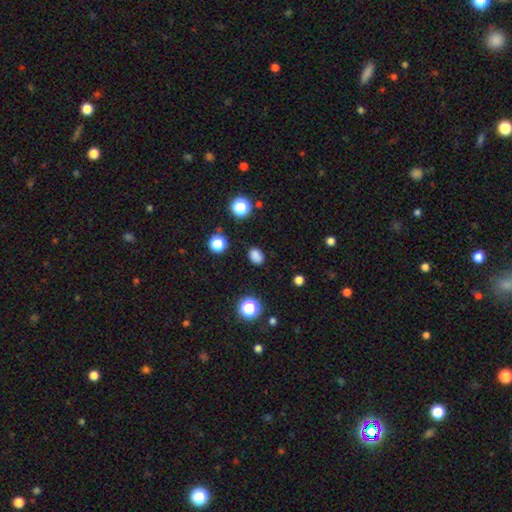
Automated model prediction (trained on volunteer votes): smooth 81%, star or artifact 15%, featured or disk 4%. Down the decision tree: how rounded — in between (61%); merging — none (85%).